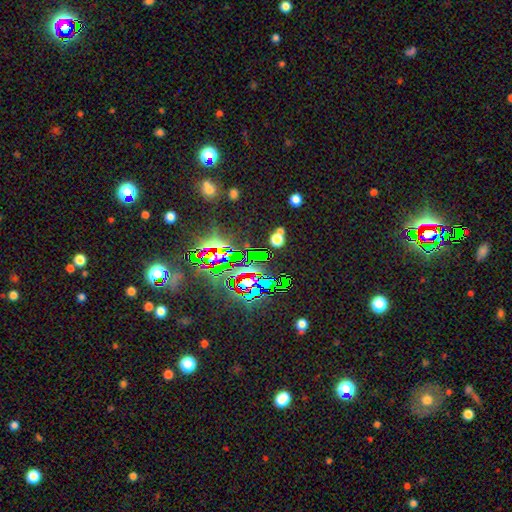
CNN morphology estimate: Overall: star or artifact (68%).